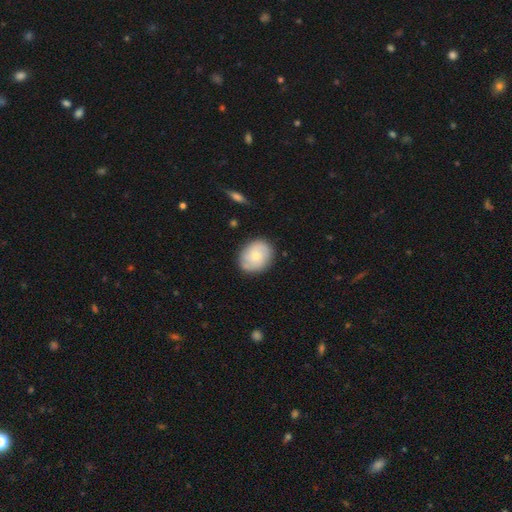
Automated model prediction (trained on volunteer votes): This appears to be a smooth galaxy with no disk features (51%) that is round (56%). Merging: none (84%).